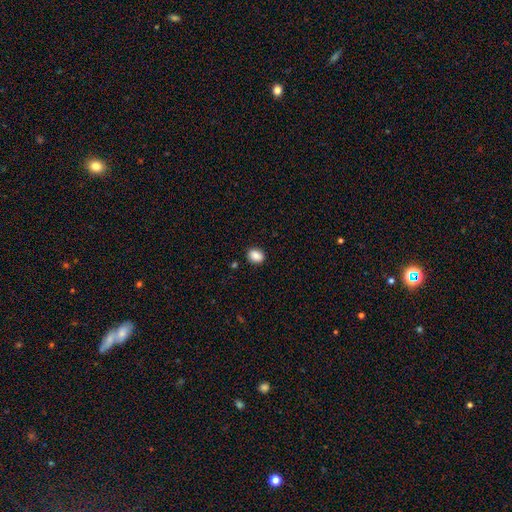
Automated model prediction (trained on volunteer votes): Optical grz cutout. It shows a smooth galaxy with no disk features (88%) that is in between round and cigar-shaped (56%). Merging: none (89%).